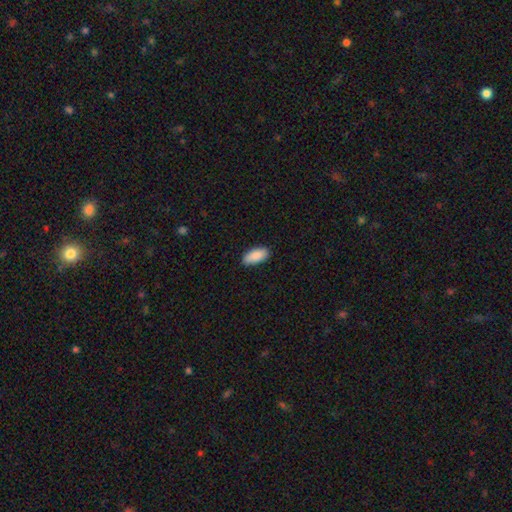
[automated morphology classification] Overall: smooth (90%). How rounded: in between (89%). Merging: none (87%).